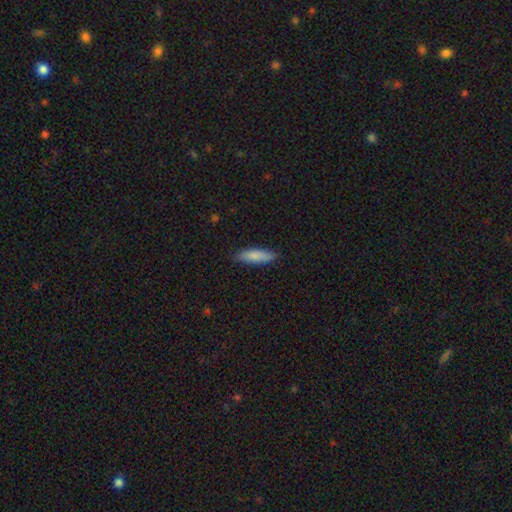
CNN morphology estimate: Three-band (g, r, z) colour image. It shows a smooth galaxy with no disk features (84%) that is cigar-shaped (58%). Merging: none (87%).